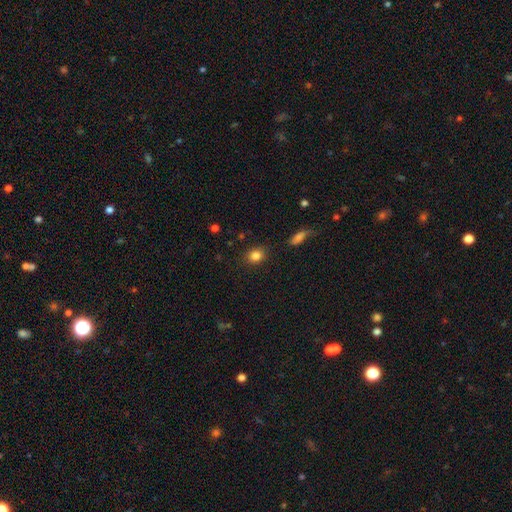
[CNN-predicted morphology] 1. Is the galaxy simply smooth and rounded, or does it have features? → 84% smooth, 10% star or artifact, 6% featured or disk.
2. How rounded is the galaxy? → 57% round, 41% in between, 1% cigar-shaped.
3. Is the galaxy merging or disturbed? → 86% none, 10% minor disturbance, 3% major disturbance, 2% merger.